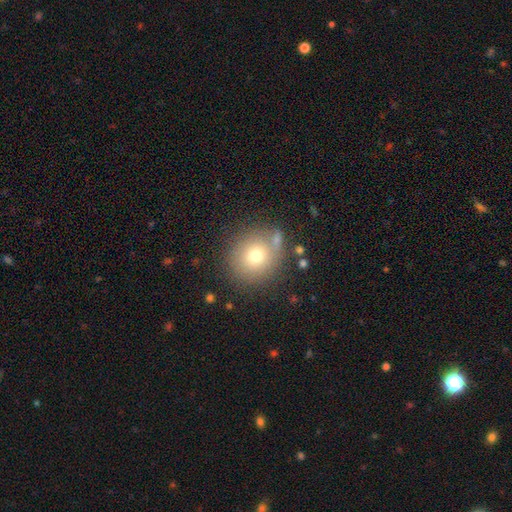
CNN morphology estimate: type=smooth (71%); roundness=round (90%); merging=none (77%).